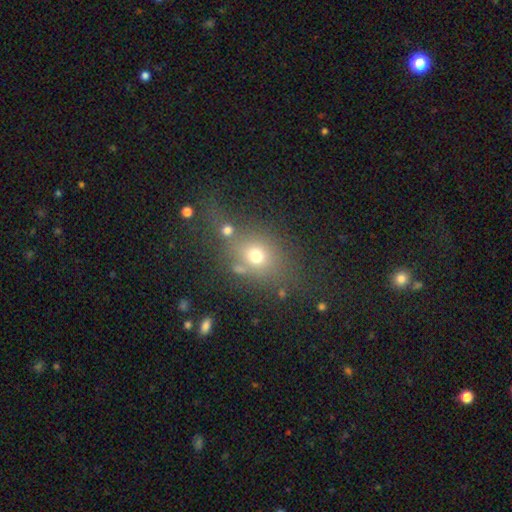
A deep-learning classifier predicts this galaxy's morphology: type=smooth (66%); roundness=round (57%); merging=none (59%).